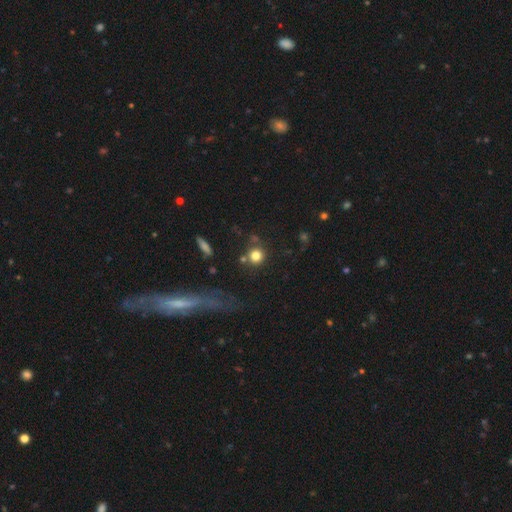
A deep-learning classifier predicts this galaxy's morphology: Smooth or featured?
  - smooth: 79% *
  - star or artifact: 13%
  - featured or disk: 8%
How rounded?
  - round: 91% *
  - in between: 8%
  - cigar-shaped: 1%
Merging?
  - none: 72% *
  - merger: 13%
  - minor disturbance: 11%
  - major disturbance: 5%